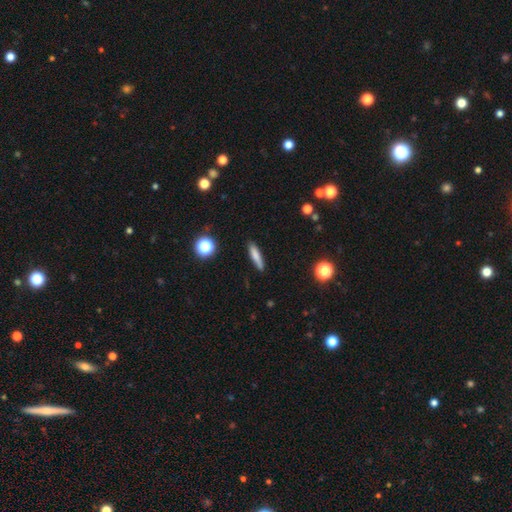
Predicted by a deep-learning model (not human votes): smooth 76%, featured or disk 15%, star or artifact 9%. Down the decision tree: how rounded — cigar-shaped (82%); merging — none (87%).